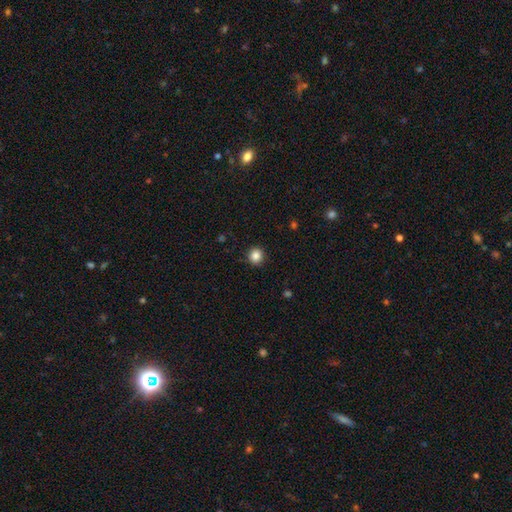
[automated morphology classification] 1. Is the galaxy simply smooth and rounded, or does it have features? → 86% smooth, 11% star or artifact, 4% featured or disk.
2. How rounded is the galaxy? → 92% round, 7% in between, 1% cigar-shaped.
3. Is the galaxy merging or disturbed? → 91% none, 6% minor disturbance, 2% major disturbance, 1% merger.